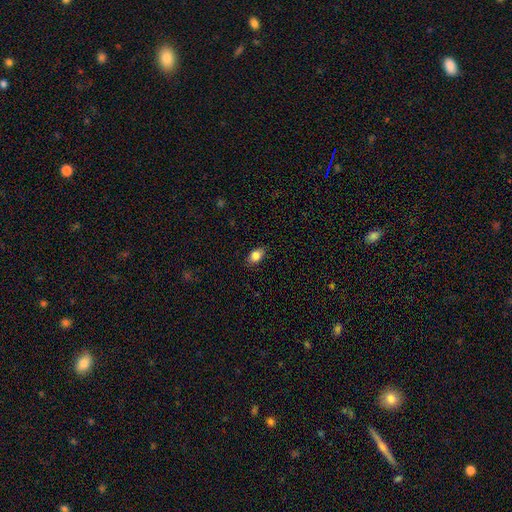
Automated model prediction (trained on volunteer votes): Smooth or featured? smooth (85%)
How rounded? in between (81%)
Merging? none (86%)